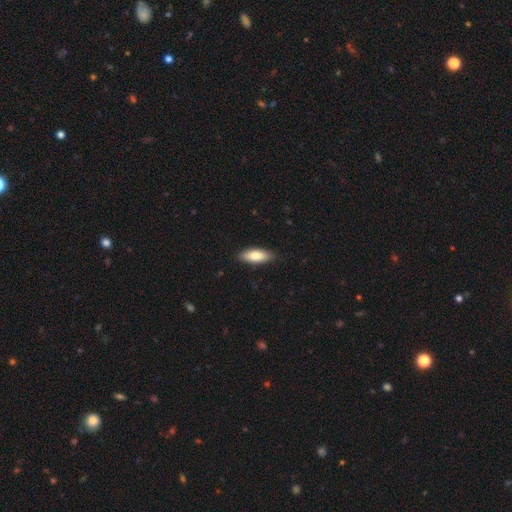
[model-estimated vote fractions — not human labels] Smooth or featured: smooth — 78% (featured or disk — 17%)
How rounded: in between — 75% (cigar-shaped — 22%)
Merging: none — 87% (minor disturbance — 10%)